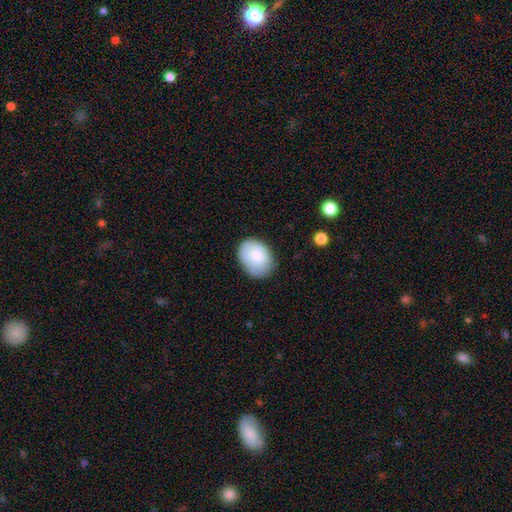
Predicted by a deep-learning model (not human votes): smooth 81%, featured or disk 13%, star or artifact 6%. Down the decision tree: how rounded — in between (71%); merging — none (75%).